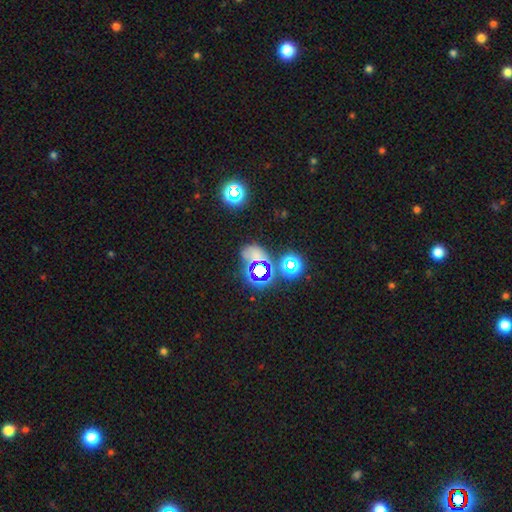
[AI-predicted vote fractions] star or artifact 51%, smooth 37%, featured or disk 12%.